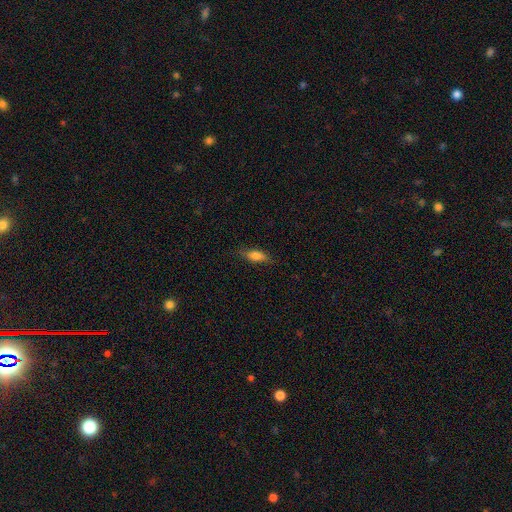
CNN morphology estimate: Overall: smooth (76%). How rounded: in between (69%). Merging: none (79%).